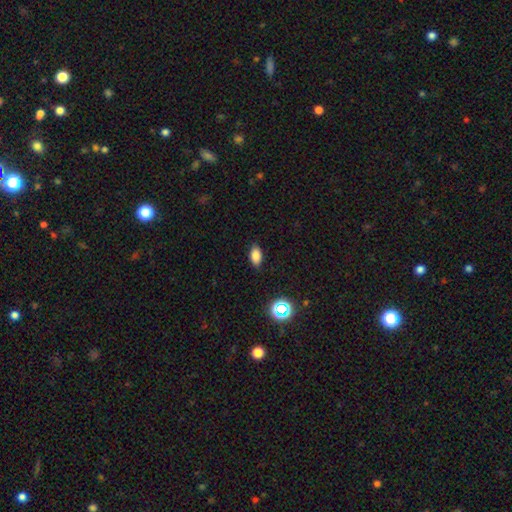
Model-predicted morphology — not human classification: smooth-or-featured: smooth: 80% | star or artifact: 12% | featured or disk: 8%
  how-rounded: in between: 88% | round: 7% | cigar-shaped: 5%
  merging: none: 86% | minor disturbance: 10% | major disturbance: 2% | merger: 1%